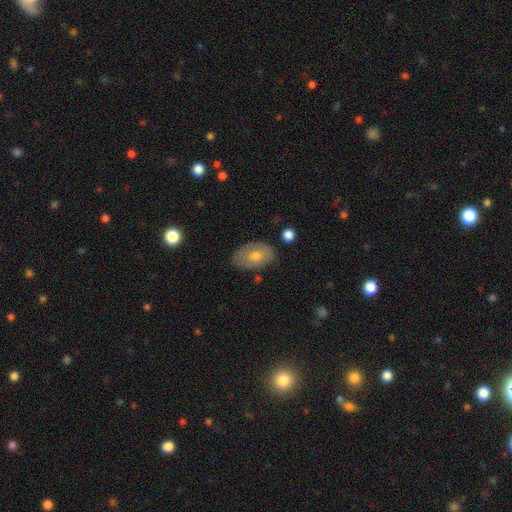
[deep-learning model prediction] Smooth or featured?
  - smooth: 64% *
  - featured or disk: 28%
  - star or artifact: 8%
How rounded?
  - in between: 90% *
  - round: 9%
  - cigar-shaped: 1%
Merging?
  - none: 77% *
  - minor disturbance: 18%
  - major disturbance: 4%
  - merger: 2%